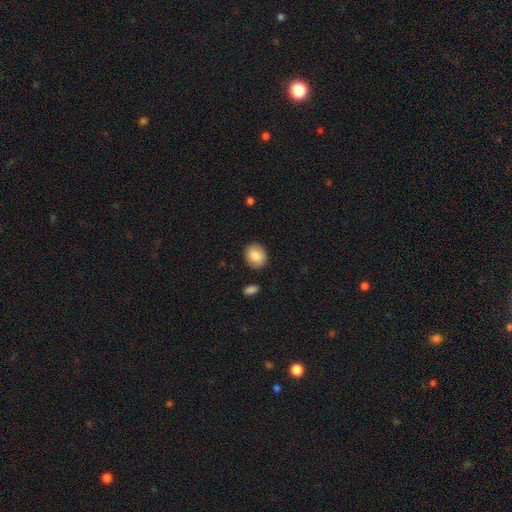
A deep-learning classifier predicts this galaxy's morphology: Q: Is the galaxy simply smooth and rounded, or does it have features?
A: smooth — 85%.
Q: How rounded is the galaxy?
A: round — 62%.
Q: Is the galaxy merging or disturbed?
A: none — 87%.